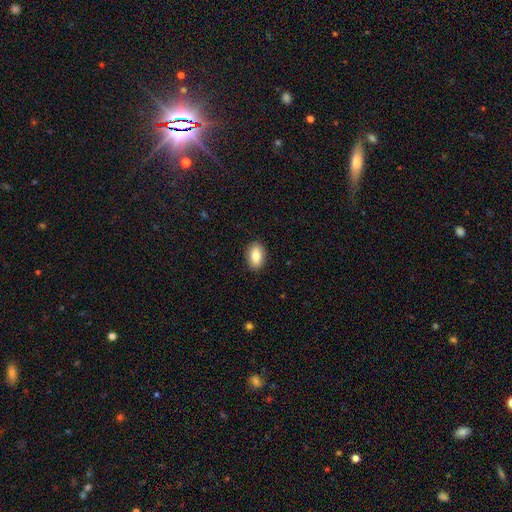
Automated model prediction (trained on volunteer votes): Q: Smooth or featured?
A: smooth (84%); runner-up: featured or disk (9%)
Q: How rounded?
A: in between (89%); runner-up: round (9%)
Q: Merging?
A: none (89%); runner-up: minor disturbance (8%)